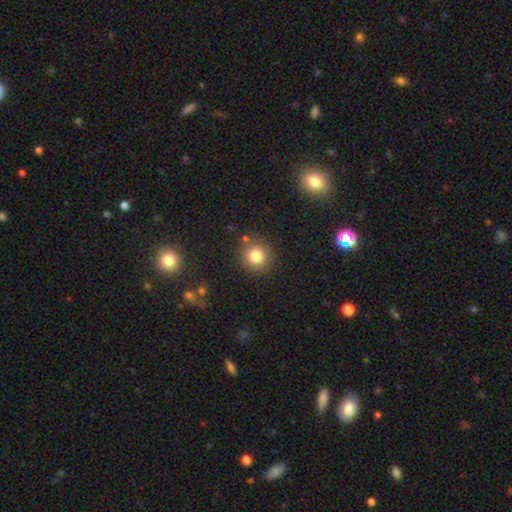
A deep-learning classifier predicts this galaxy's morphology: Smooth or featured?
  - smooth: 81% *
  - star or artifact: 12%
  - featured or disk: 7%
How rounded?
  - round: 91% *
  - in between: 8%
  - cigar-shaped: 1%
Merging?
  - none: 83% *
  - minor disturbance: 9%
  - merger: 5%
  - major disturbance: 3%